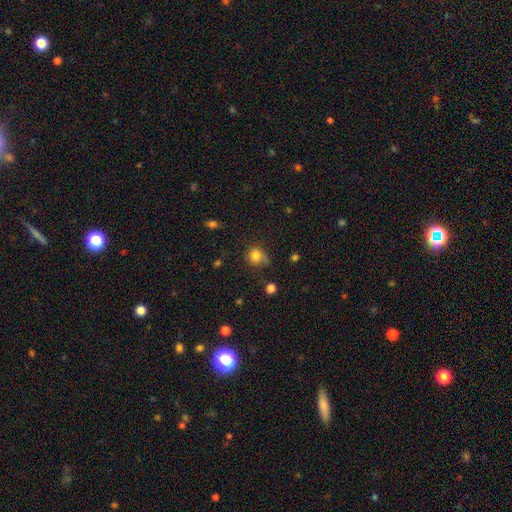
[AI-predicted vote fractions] smooth_or_featured: smooth (p=0.81) [alt: star or artifact p=0.12]
how_rounded: round (p=0.81) [alt: in between p=0.18]
merging: none (p=0.61) [alt: minor disturbance p=0.26]